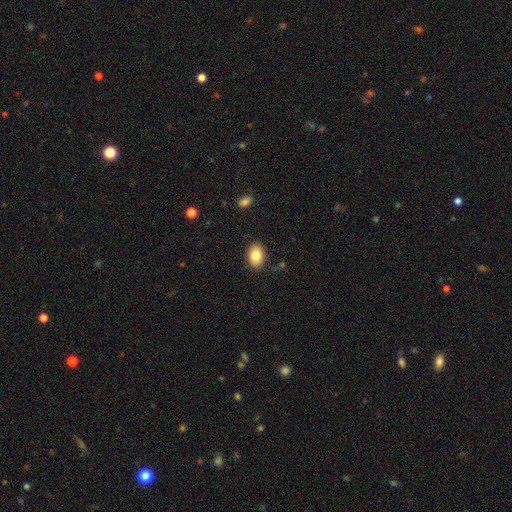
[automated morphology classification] Smooth or featured?
  - smooth: 86% *
  - star or artifact: 8%
  - featured or disk: 6%
How rounded?
  - in between: 80% *
  - round: 19%
  - cigar-shaped: 1%
Merging?
  - none: 86% *
  - minor disturbance: 11%
  - major disturbance: 3%
  - merger: 1%